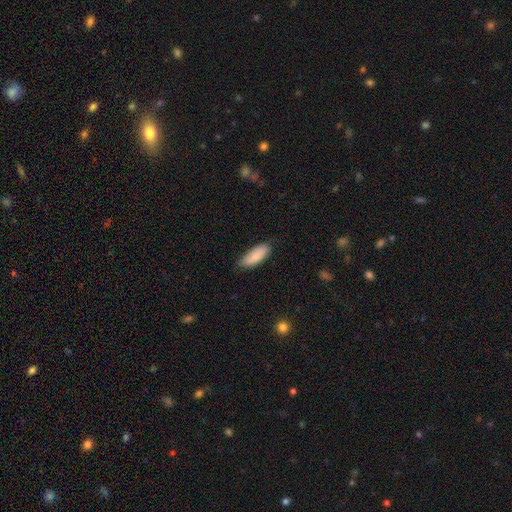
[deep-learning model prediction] smooth_or_featured: smooth (p=0.84) [alt: featured or disk p=0.10]
how_rounded: in between (p=0.78) [alt: cigar-shaped p=0.20]
merging: none (p=0.74) [alt: minor disturbance p=0.22]